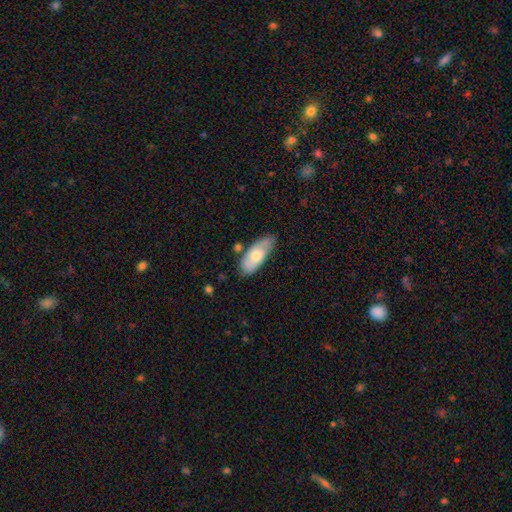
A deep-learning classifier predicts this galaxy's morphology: The model was most divided on "smooth or featured": smooth: 60%, featured or disk: 34%, star or artifact: 6%. More confident: how rounded — in between (82%); merging — none (67%).